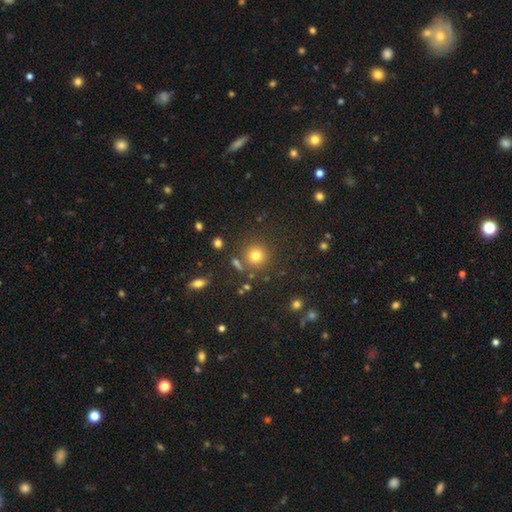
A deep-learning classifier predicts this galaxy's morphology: Smooth or featured? Predicted: smooth (p=0.77). How rounded? Predicted: round (p=0.92). Merging? Predicted: none (p=0.80).